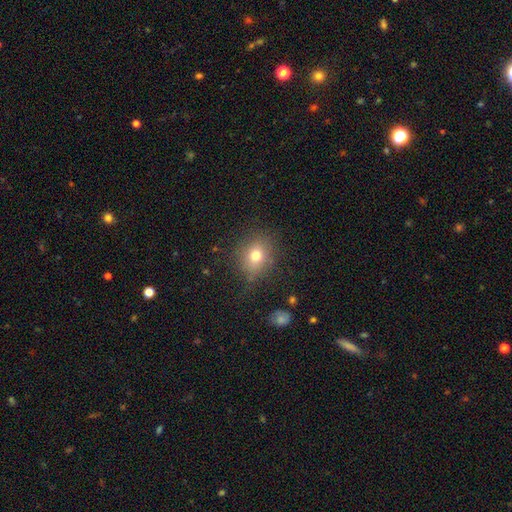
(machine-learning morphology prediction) Smooth or featured? Predicted: smooth (p=0.74). How rounded? Predicted: round (p=0.69). Merging? Predicted: none (p=0.78).